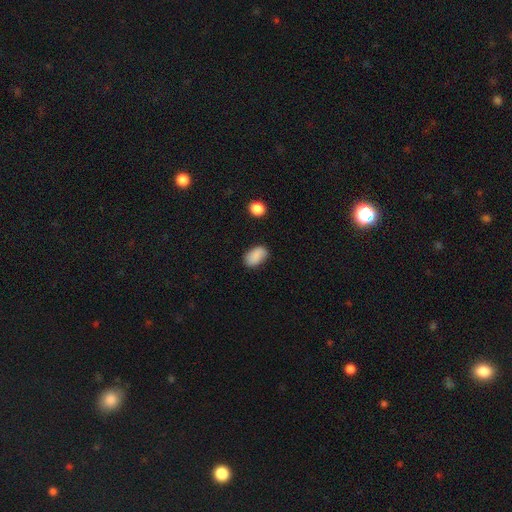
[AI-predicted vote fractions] This is clearly a smooth galaxy (85%). How rounded: clearly in between (90%). Merging: clearly none (80%).